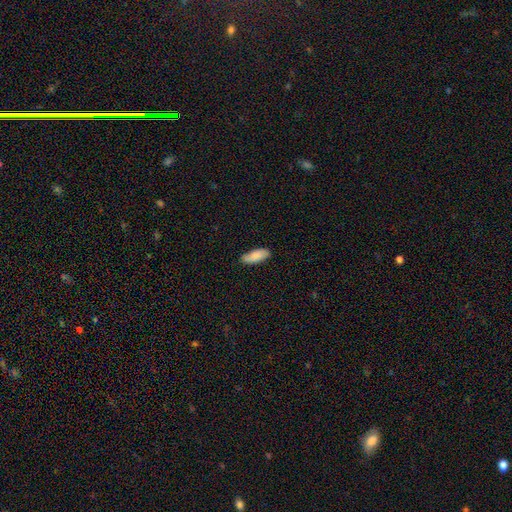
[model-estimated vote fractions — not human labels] A smooth galaxy with no disk features (85%) that is in between round and cigar-shaped (79%).

Vote fractions:
- Smooth or featured? smooth: 85% / featured or disk: 9% / star or artifact: 6%
- How rounded? in between: 79% / cigar-shaped: 19% / round: 2%
- Merging? none: 78% / minor disturbance: 18% / major disturbance: 3% / merger: 1%